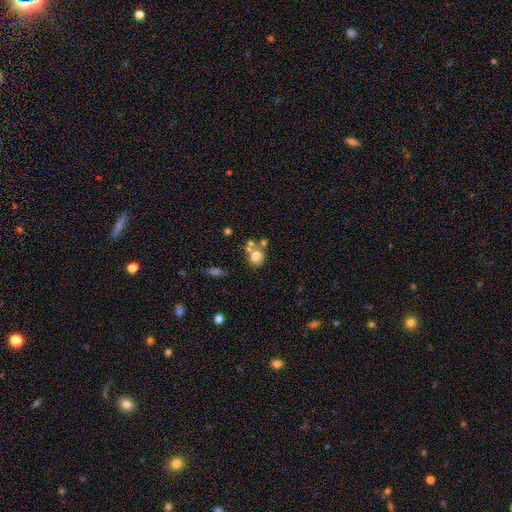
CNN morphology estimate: Smooth or featured?
  - smooth: 74% *
  - featured or disk: 15%
  - star or artifact: 11%
How rounded?
  - round: 66% *
  - in between: 33%
  - cigar-shaped: 1%
Merging?
  - none: 45% *
  - merger: 36%
  - minor disturbance: 13%
  - major disturbance: 6%